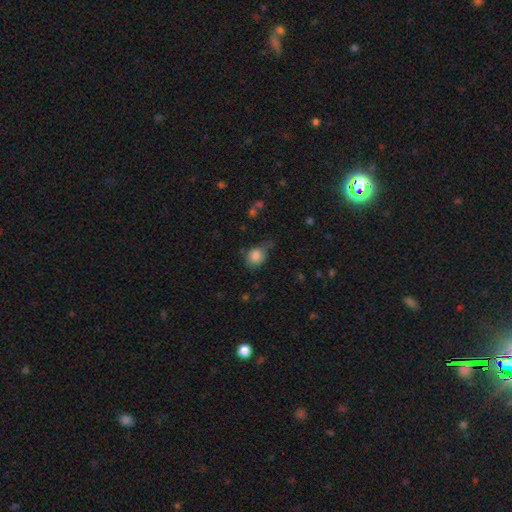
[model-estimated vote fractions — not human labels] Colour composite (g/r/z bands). It shows a smooth galaxy with no disk features (83%) that is in between round and cigar-shaped (51%). Merging: none (47%).